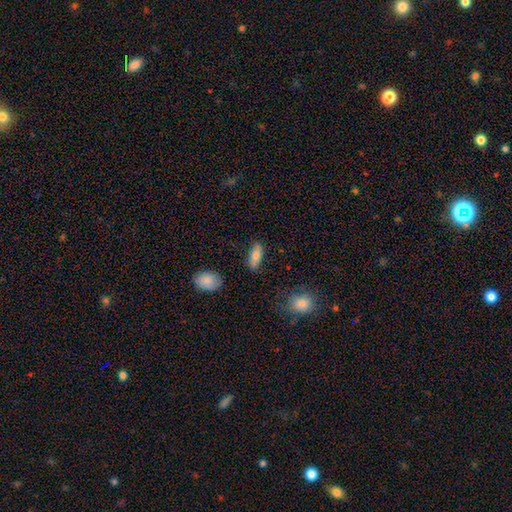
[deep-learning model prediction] Smooth or featured: smooth — 75% (featured or disk — 18%)
How rounded: in between — 71% (cigar-shaped — 25%)
Merging: none — 84% (minor disturbance — 11%)